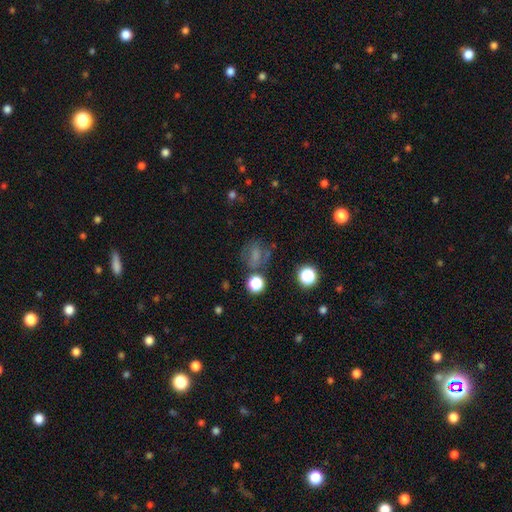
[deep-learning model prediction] The model was most divided on "how rounded": round: 56%, in between: 42%, cigar-shaped: 2%. More confident: merging — none (56%); smooth or featured — smooth (55%).